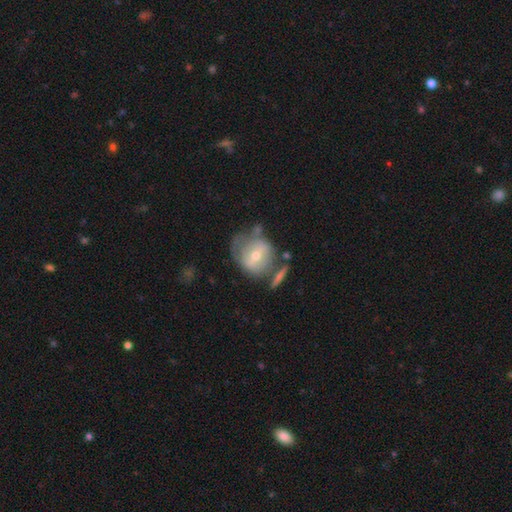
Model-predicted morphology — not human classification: This is possibly a featured or disk galaxy (51%). It is clearly not viewed edge-on (92%). Merging: possibly none (45%).